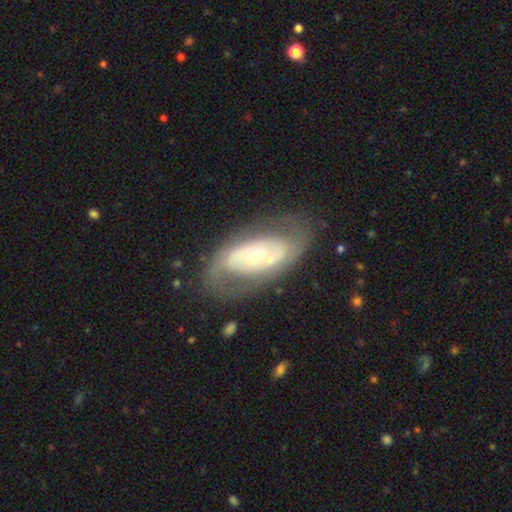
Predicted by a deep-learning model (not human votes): Morphology: type=featured or disk (74%); edge-on=no (92%); bar=no (74%); spiral arms=yes (58%); bulge=moderate (49%); merging=none (67%).